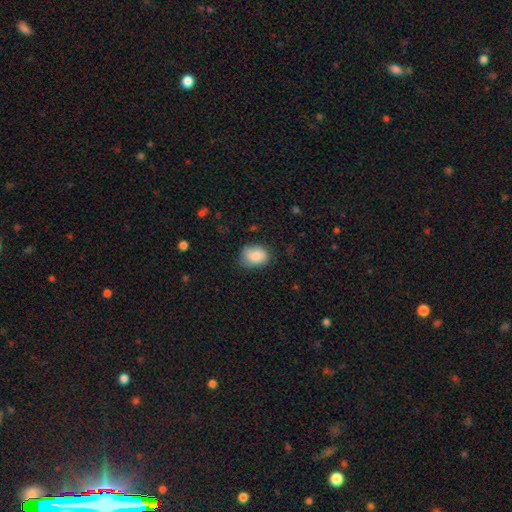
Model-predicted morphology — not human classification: smooth-or-featured: smooth: 86% | star or artifact: 7% | featured or disk: 7%
  how-rounded: in between: 67% | round: 32% | cigar-shaped: 1%
  merging: none: 67% | minor disturbance: 26% | major disturbance: 6% | merger: 1%